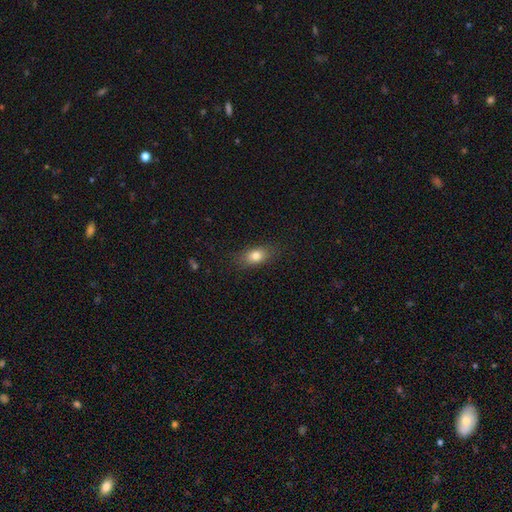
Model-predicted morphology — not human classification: Smooth or featured? Predicted: smooth (p=0.80). How rounded? Predicted: in between (p=0.79). Merging? Predicted: none (p=0.82).